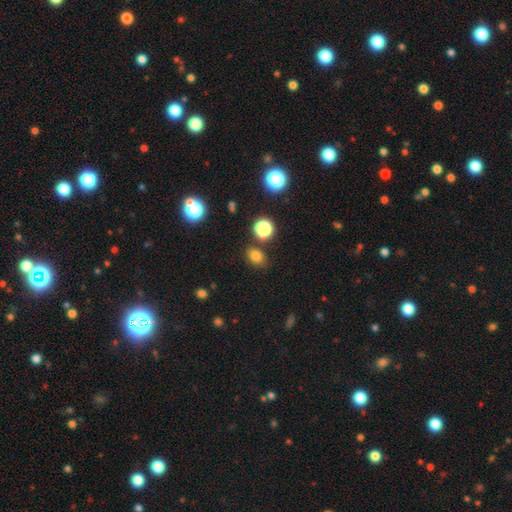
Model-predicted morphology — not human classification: Q: Smooth or featured?
A: smooth (77%); runner-up: star or artifact (17%)
Q: How rounded?
A: in between (56%); runner-up: round (43%)
Q: Merging?
A: none (80%); runner-up: minor disturbance (11%)